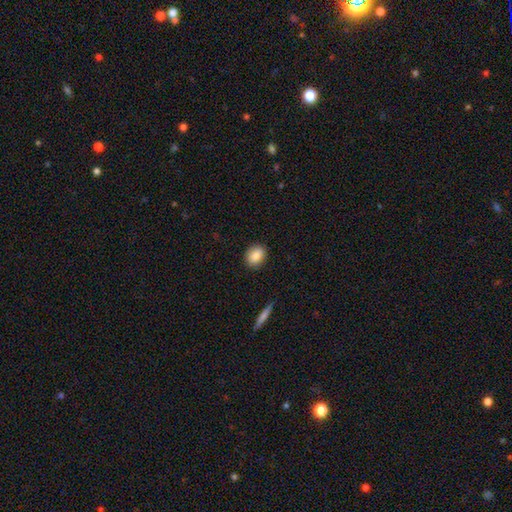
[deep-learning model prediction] Smooth or featured: smooth — 86% (star or artifact — 7%)
How rounded: in between — 53% (round — 45%)
Merging: none — 89% (minor disturbance — 8%)